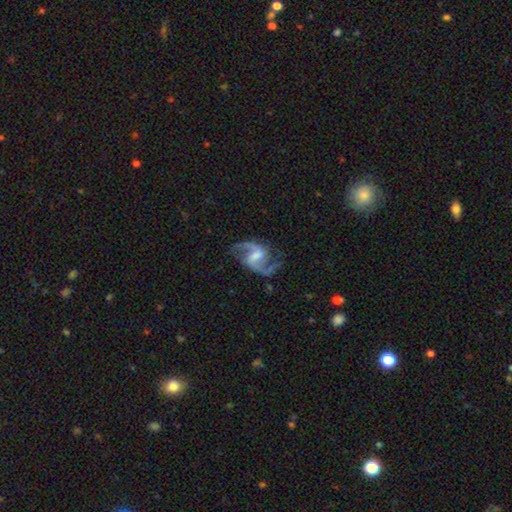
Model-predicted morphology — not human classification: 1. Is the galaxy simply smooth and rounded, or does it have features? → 91% featured or disk, 5% star or artifact, 5% smooth.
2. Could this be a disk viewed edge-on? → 98% no, 2% yes.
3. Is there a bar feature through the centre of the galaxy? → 57% weak, 26% strong, 16% no.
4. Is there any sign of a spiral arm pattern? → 98% yes, 2% no.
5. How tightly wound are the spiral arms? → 50% medium, 42% loose, 8% tight.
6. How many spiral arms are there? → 93% 2, 2% can't tell, 1% 3, 1% 1, 1% 4, 1% more than 4.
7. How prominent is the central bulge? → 40% moderate, 27% small, 21% none, 10% large, 1% dominant.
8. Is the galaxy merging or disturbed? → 77% none, 14% minor disturbance, 7% major disturbance, 2% merger.